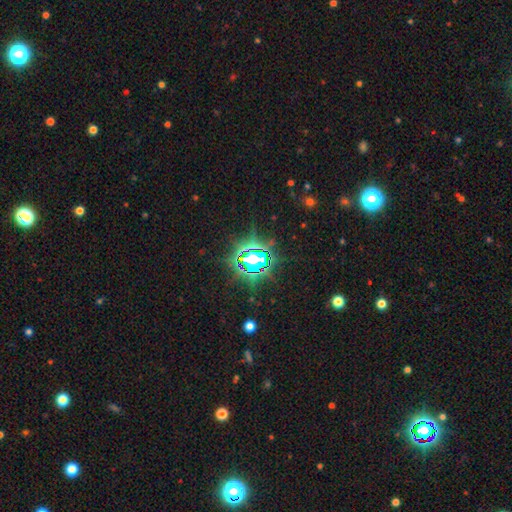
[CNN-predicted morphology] star or artifact 78%, smooth 12%, featured or disk 10%.